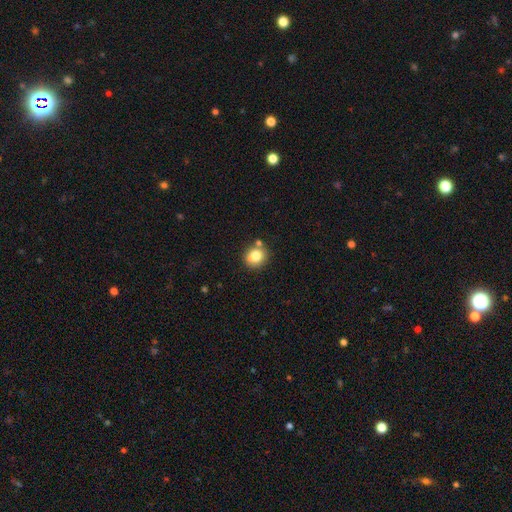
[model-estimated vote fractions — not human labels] A smooth galaxy with no disk features (81%) that is round (80%).

Vote fractions:
- Smooth or featured? smooth: 81% / star or artifact: 10% / featured or disk: 9%
- How rounded? round: 80% / in between: 20% / cigar-shaped: 1%
- Merging? none: 75% / minor disturbance: 12% / merger: 10% / major disturbance: 3%